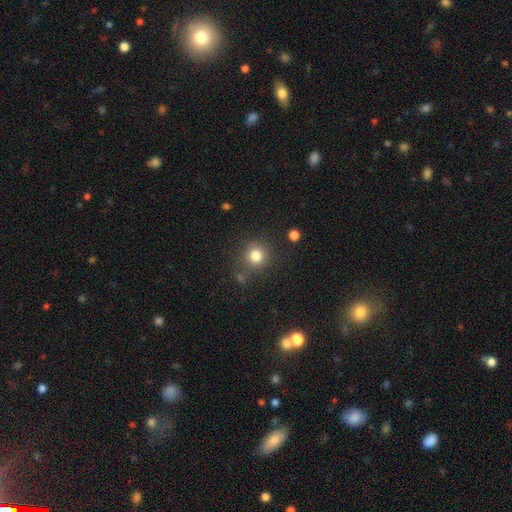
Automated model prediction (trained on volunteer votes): This is clearly a smooth galaxy (81%). How rounded: clearly round (91%). Merging: clearly none (80%).